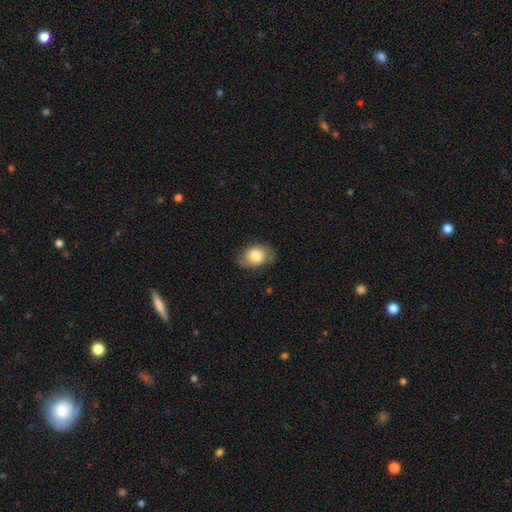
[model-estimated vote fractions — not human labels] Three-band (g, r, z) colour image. It shows a smooth galaxy with no disk features (73%) that is in between round and cigar-shaped (75%). Merging: none (74%).